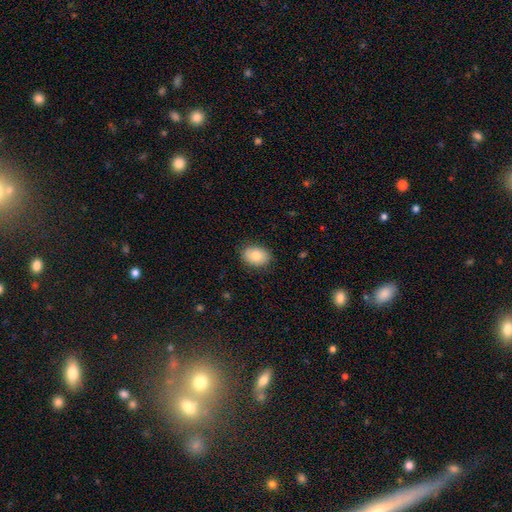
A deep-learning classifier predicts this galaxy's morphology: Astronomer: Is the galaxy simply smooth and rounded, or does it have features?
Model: smooth — 81%.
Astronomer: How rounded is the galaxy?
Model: in between — 72%.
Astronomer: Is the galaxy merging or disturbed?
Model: none — 87%.